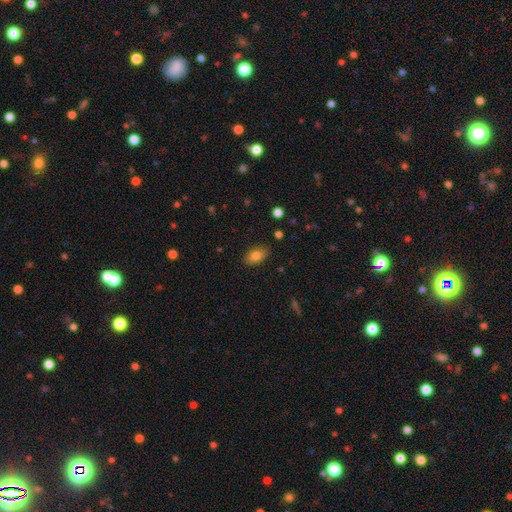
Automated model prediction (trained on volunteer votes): Q: Smooth or featured?
A: smooth (79%); runner-up: featured or disk (12%)
Q: How rounded?
A: in between (87%); runner-up: round (11%)
Q: Merging?
A: none (86%); runner-up: minor disturbance (10%)